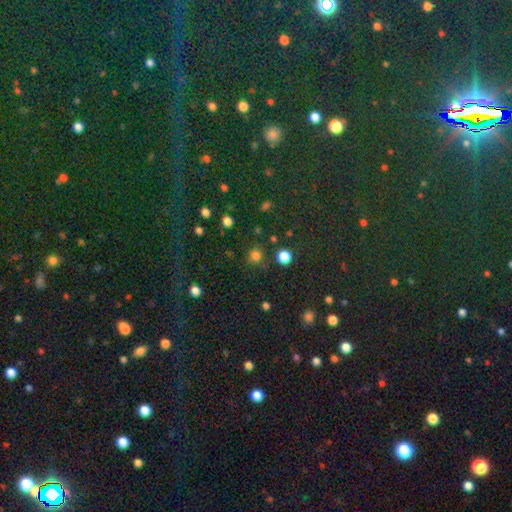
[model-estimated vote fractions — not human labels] Smooth or featured: smooth — 76% (star or artifact — 19%)
How rounded: round — 84% (in between — 15%)
Merging: none — 79% (minor disturbance — 12%)